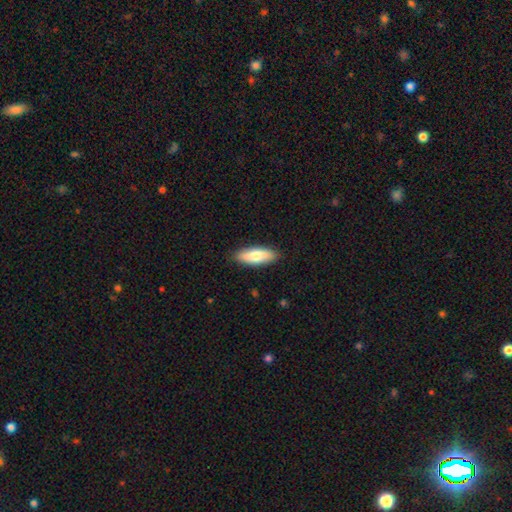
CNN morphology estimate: Smooth or featured: smooth — 74% (featured or disk — 21%)
How rounded: in between — 64% (cigar-shaped — 34%)
Merging: none — 89% (minor disturbance — 9%)